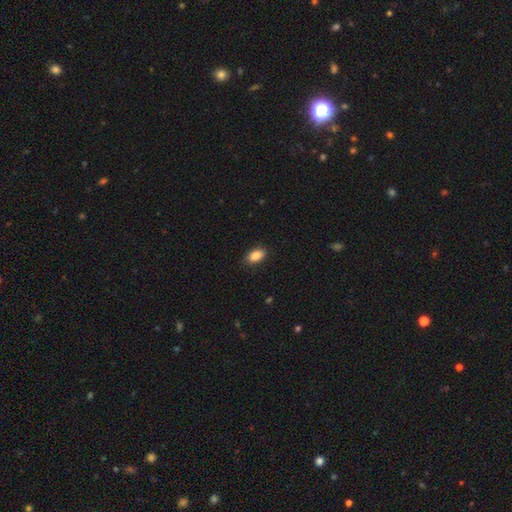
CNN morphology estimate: Q: Smooth or featured?
A: smooth (88%); runner-up: star or artifact (8%)
Q: How rounded?
A: in between (91%); runner-up: round (6%)
Q: Merging?
A: none (86%); runner-up: minor disturbance (10%)